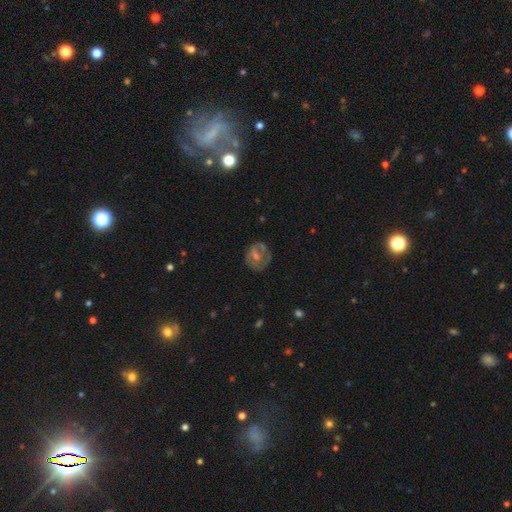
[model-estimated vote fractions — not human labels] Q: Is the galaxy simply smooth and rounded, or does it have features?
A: featured or disk — 46%.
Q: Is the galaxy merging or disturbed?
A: none — 67%.